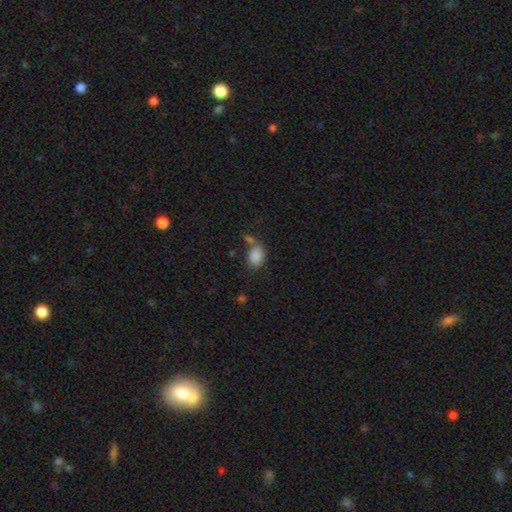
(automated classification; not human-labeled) smooth 86%, star or artifact 9%, featured or disk 5%. Down the decision tree: how rounded — in between (74%); merging — none (54%).